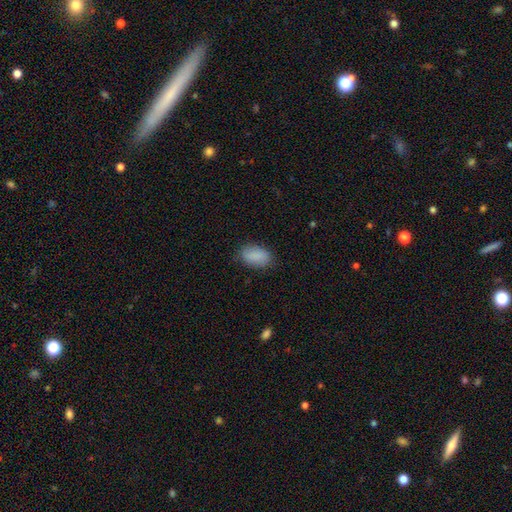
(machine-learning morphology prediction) smooth-or-featured: smooth: 88% | star or artifact: 7% | featured or disk: 5%
  how-rounded: in between: 92% | round: 6% | cigar-shaped: 2%
  merging: none: 81% | minor disturbance: 14% | major disturbance: 3% | merger: 1%